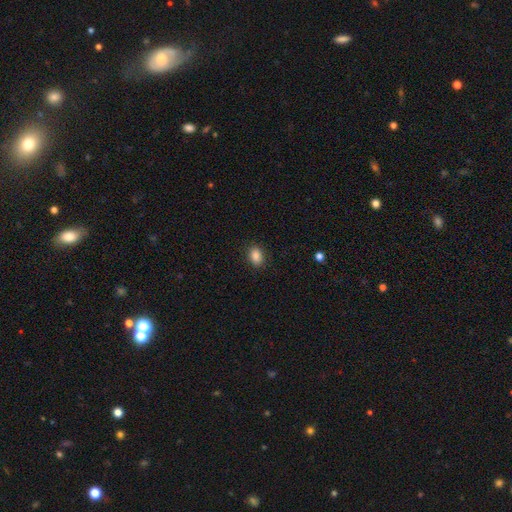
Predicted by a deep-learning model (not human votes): This appears to be a smooth galaxy with no disk features (87%) that is in between round and cigar-shaped (75%). Merging: none (88%).